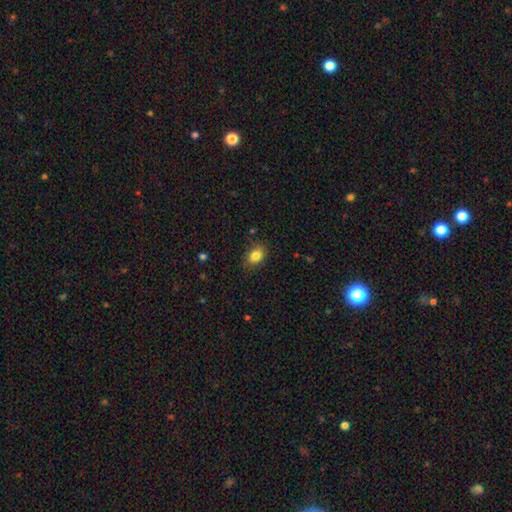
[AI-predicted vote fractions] smooth_or_featured: smooth (p=0.84) [alt: star or artifact p=0.09]
how_rounded: in between (p=0.75) [alt: round p=0.23]
merging: none (p=0.84) [alt: minor disturbance p=0.12]